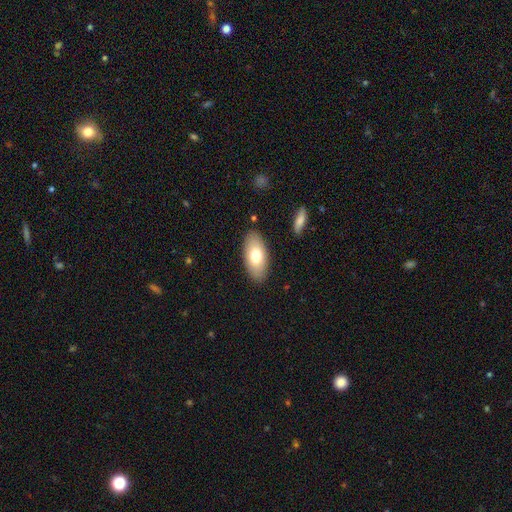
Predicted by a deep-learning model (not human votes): Morphology: type=smooth (73%); roundness=in between (93%); merging=none (88%).